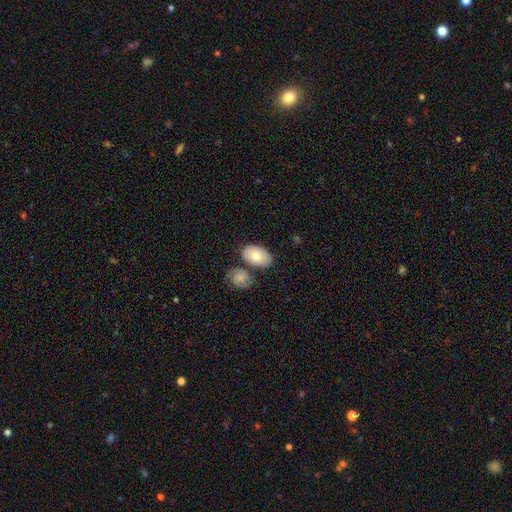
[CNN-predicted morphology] Smooth or featured? smooth (68%)
How rounded? in between (91%)
Merging? none (63%)